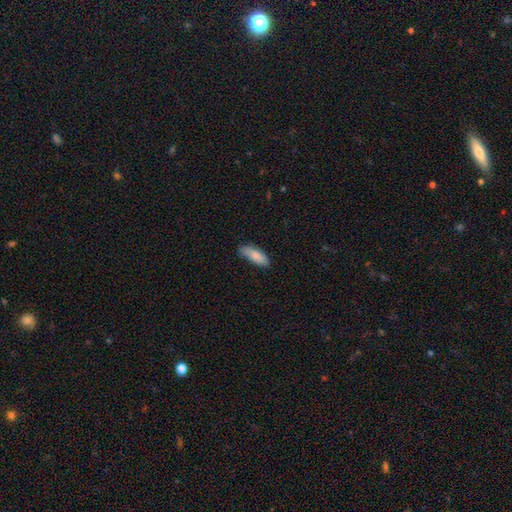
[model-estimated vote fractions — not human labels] Overall: smooth (85%). How rounded: in between (65%; cigar-shaped 34%). Merging: none (69%).